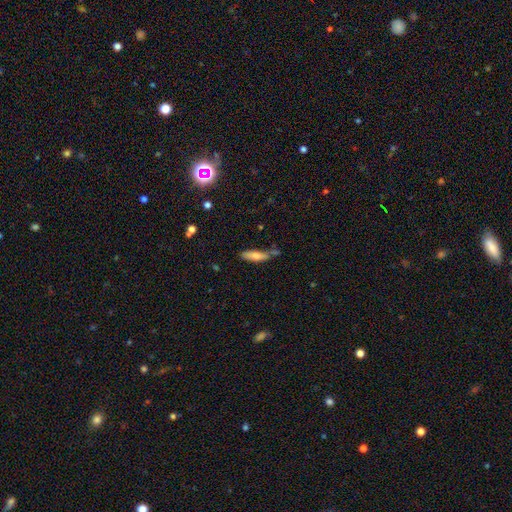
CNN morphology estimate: Smooth or featured?
  - smooth: 71% *
  - featured or disk: 21%
  - star or artifact: 7%
How rounded?
  - cigar-shaped: 63% *
  - in between: 35%
  - round: 2%
Merging?
  - none: 60% *
  - minor disturbance: 22%
  - merger: 13%
  - major disturbance: 6%